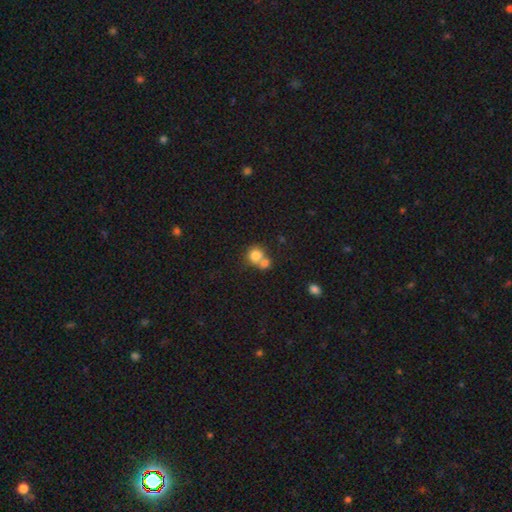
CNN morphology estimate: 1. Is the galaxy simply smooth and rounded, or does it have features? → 78% smooth, 12% featured or disk, 10% star or artifact.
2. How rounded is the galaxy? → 82% round, 17% in between, 1% cigar-shaped.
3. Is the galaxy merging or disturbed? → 55% merger, 34% none, 7% minor disturbance, 4% major disturbance.